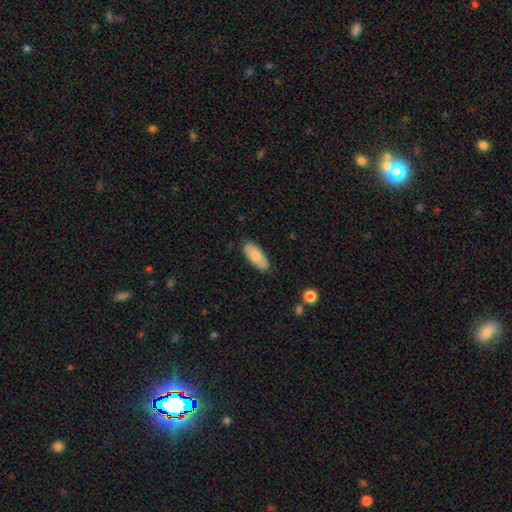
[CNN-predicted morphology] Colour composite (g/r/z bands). It shows a smooth galaxy with no disk features (80%) that is in between round and cigar-shaped (81%). Merging: none (82%).